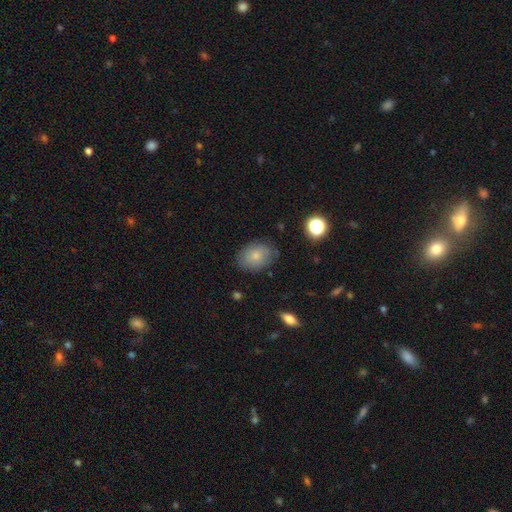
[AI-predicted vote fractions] Smooth or featured? smooth (76%)
How rounded? in between (74%)
Merging? none (77%)